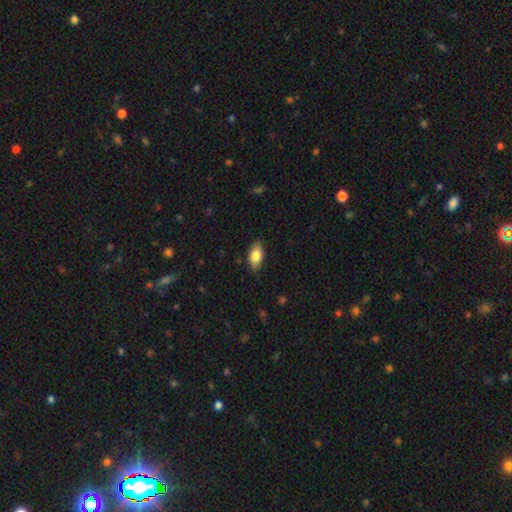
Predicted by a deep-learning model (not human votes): Smooth or featured: smooth — 82% (featured or disk — 11%)
How rounded: in between — 91% (cigar-shaped — 5%)
Merging: none — 86% (minor disturbance — 11%)